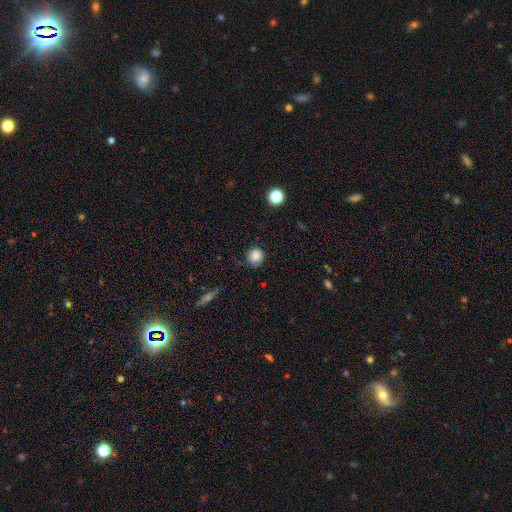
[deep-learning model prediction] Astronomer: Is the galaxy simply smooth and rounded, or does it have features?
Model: smooth — 74%.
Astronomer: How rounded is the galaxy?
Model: round — 87%.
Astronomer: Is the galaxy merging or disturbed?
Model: none — 69%.